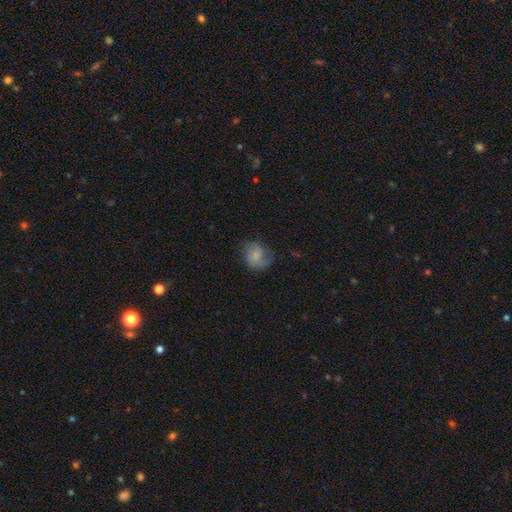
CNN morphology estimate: The model was most divided on "how rounded": round: 63%, in between: 36%, cigar-shaped: 1%. More confident: smooth or featured — smooth (65%); merging — none (56%).